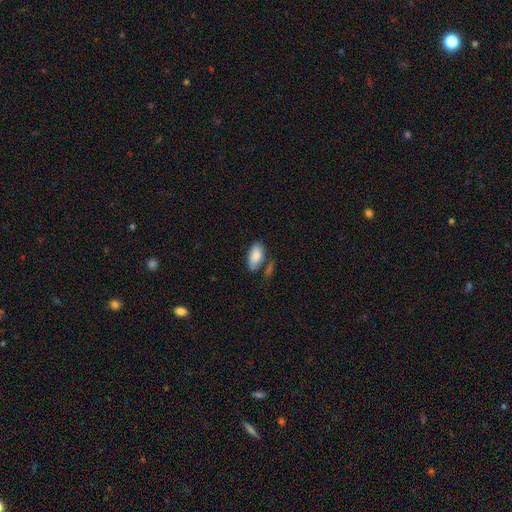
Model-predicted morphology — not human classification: Overall: smooth (85%). How rounded: in between (94%). Merging: none (63%).